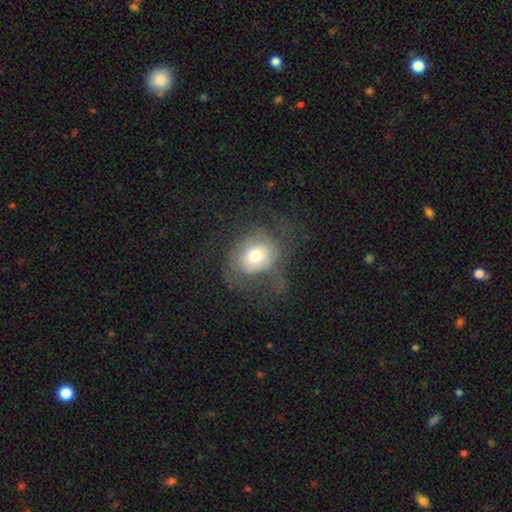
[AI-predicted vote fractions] Morphology: type=smooth (58%); roundness=round (51%); merging=none (39%).